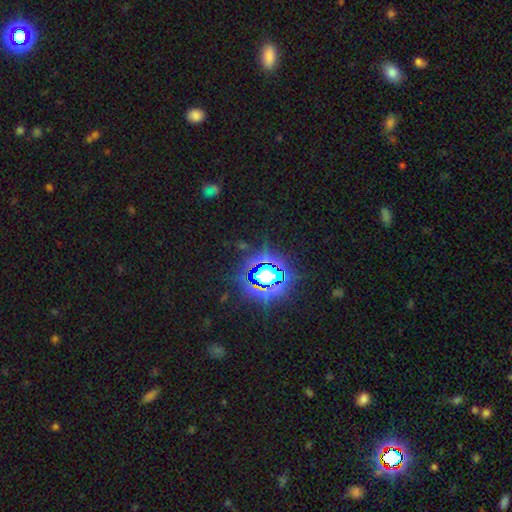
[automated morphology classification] This appears to be a star or artifact, not a galaxy (78%).